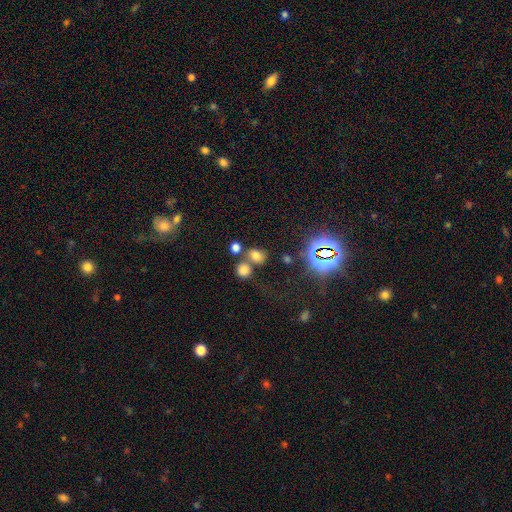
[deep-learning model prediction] Smooth or featured: smooth — 67% (star or artifact — 24%)
How rounded: round — 50% (in between — 49%)
Merging: none — 59% (merger — 26%)